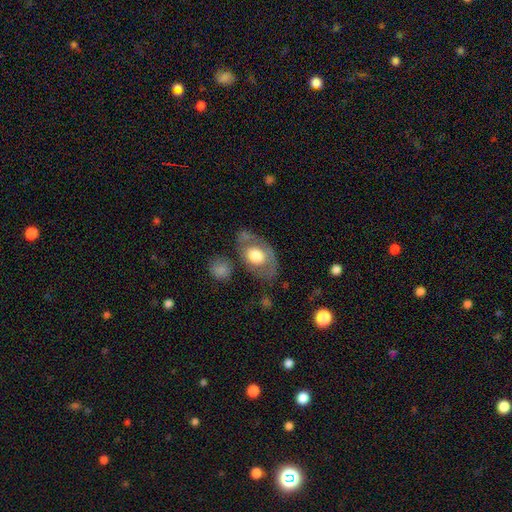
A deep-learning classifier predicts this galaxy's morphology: Smooth or featured? Predicted: smooth (p=0.54). How rounded? Predicted: in between (p=0.82). Merging? Predicted: none (p=0.65).